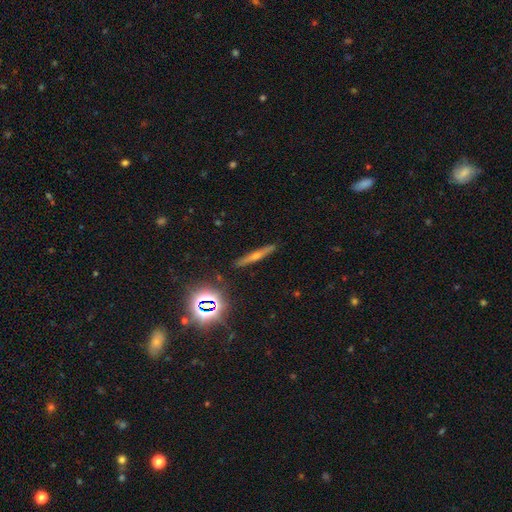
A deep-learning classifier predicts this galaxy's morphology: The model was most divided on "smooth or featured": featured or disk: 50%, star or artifact: 27%, smooth: 23%. More confident: merging — none (87%).